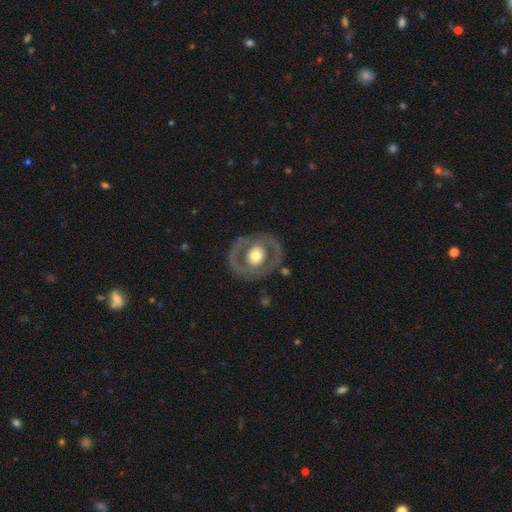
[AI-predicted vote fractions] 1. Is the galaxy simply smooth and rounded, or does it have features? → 63% featured or disk, 32% smooth, 5% star or artifact.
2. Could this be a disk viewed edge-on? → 95% no, 5% yes.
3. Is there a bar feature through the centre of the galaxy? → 78% no, 15% weak, 7% strong.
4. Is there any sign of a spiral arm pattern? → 77% no, 23% yes.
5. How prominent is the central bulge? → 61% moderate, 30% large, 6% small, 2% dominant, 1% none.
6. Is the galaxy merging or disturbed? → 79% none, 12% minor disturbance, 8% major disturbance, 2% merger.